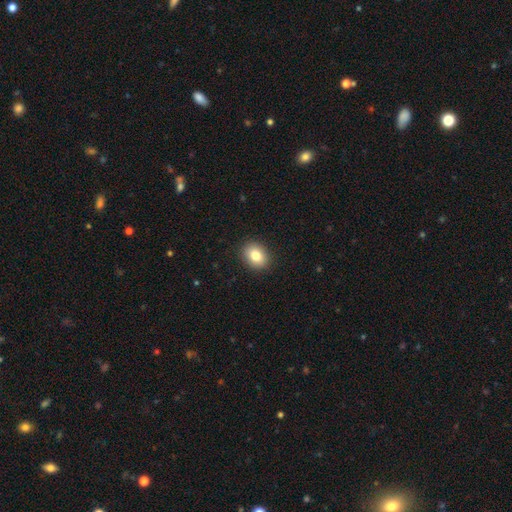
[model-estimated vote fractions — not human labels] This is clearly a smooth galaxy (83%). How rounded: possibly in between (57%). Merging: clearly none (90%).